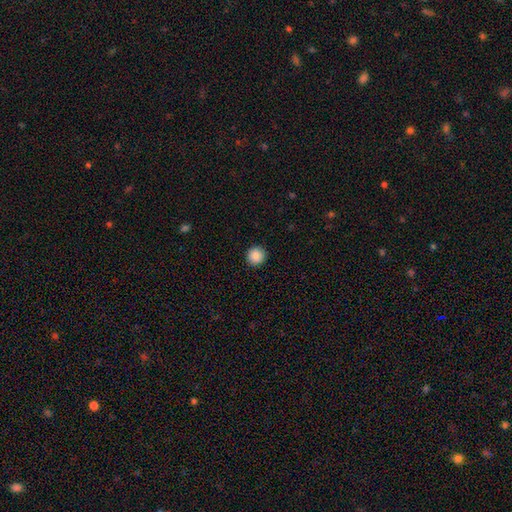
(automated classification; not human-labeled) The model was most divided on "smooth or featured": smooth: 88%, star or artifact: 8%, featured or disk: 3%. More confident: how rounded — round (94%); merging — none (92%).